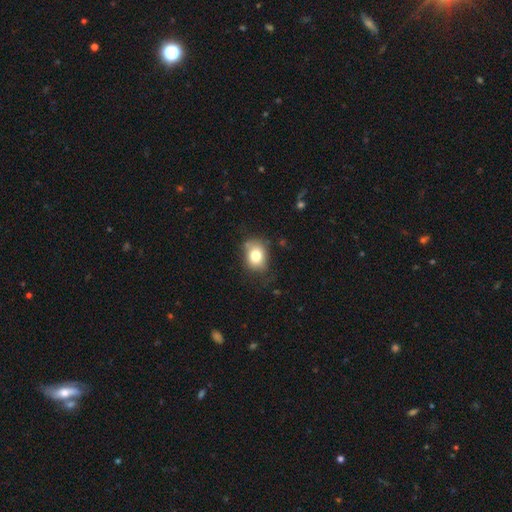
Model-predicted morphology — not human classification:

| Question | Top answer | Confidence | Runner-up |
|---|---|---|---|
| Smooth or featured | smooth | 78% | featured or disk (12%) |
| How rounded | round | 51% | in between (49%) |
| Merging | none | 68% | minor disturbance (23%) |